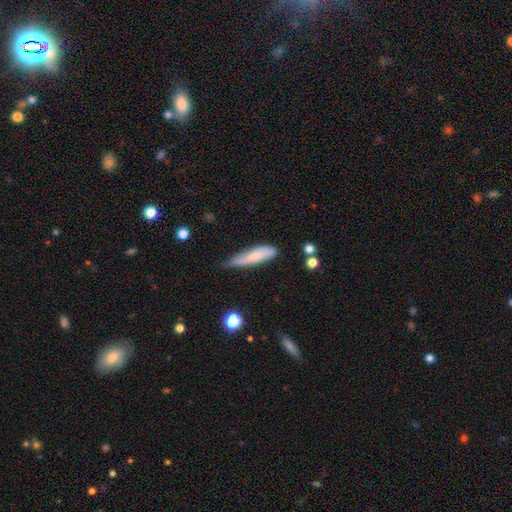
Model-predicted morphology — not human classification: smooth_or_featured: smooth (p=0.67) [alt: featured or disk p=0.27]
how_rounded: cigar-shaped (p=0.72) [alt: in between p=0.26]
merging: minor disturbance (p=0.43) [alt: none p=0.42]